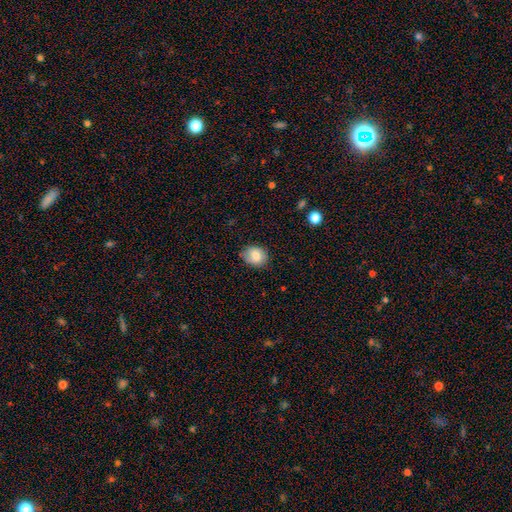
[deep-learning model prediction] Overall: smooth (80%). How rounded: in between (53%; round 46%). Merging: none (78%).